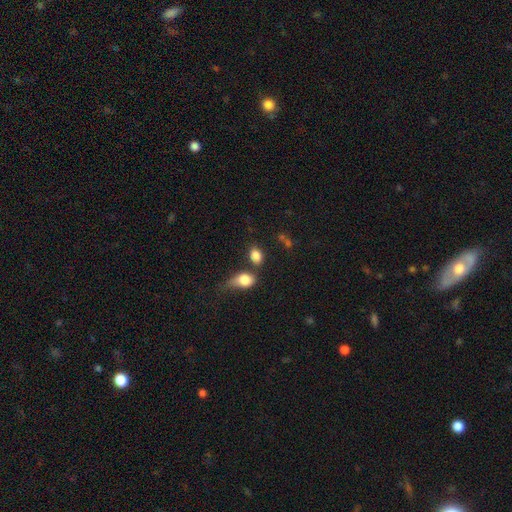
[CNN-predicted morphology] Q: Smooth or featured?
A: smooth (84%); runner-up: star or artifact (9%)
Q: How rounded?
A: in between (78%); runner-up: round (20%)
Q: Merging?
A: none (52%); runner-up: merger (25%)